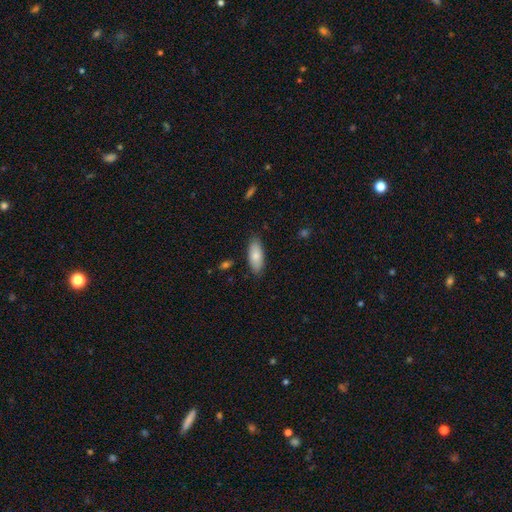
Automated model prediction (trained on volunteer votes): Smooth or featured? smooth (82%)
How rounded? in between (82%)
Merging? none (85%)